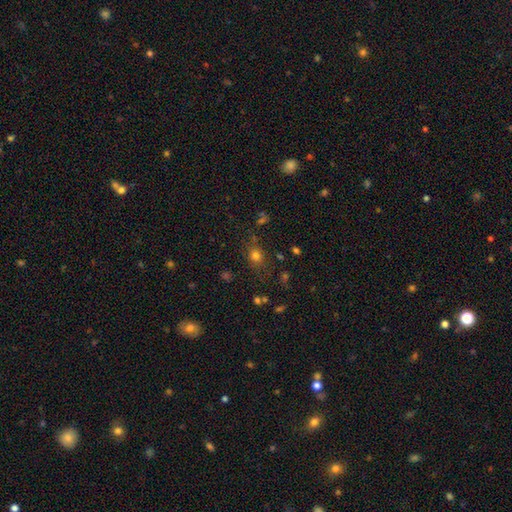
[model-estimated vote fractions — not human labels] smooth_or_featured: smooth (p=0.74) [alt: star or artifact p=0.18]
how_rounded: round (p=0.70) [alt: in between p=0.28]
merging: none (p=0.75) [alt: minor disturbance p=0.15]